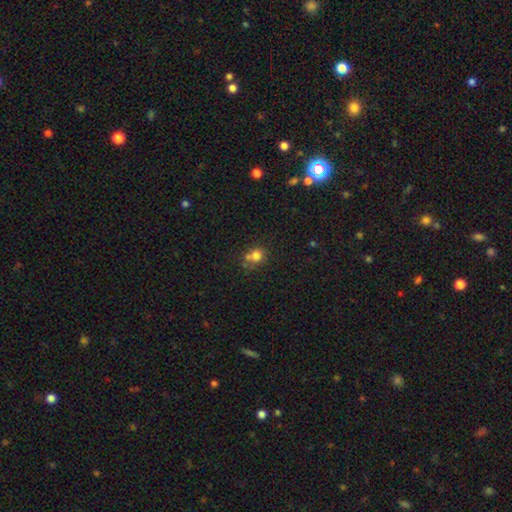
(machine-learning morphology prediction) Smooth or featured? Predicted: smooth (p=0.75). How rounded? Predicted: round (p=0.76). Merging? Predicted: none (p=0.51).